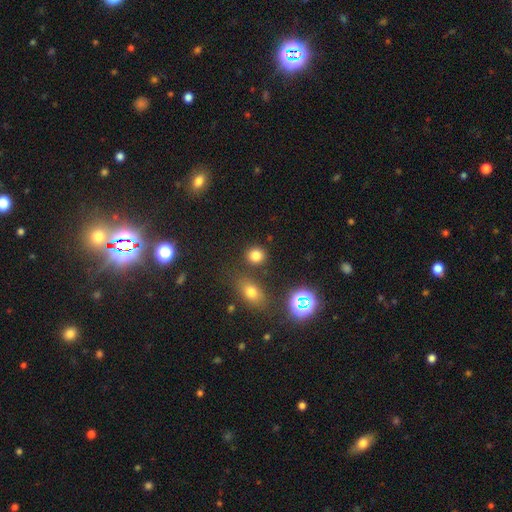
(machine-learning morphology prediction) Smooth or featured? smooth (78%)
How rounded? round (83%)
Merging? none (82%)